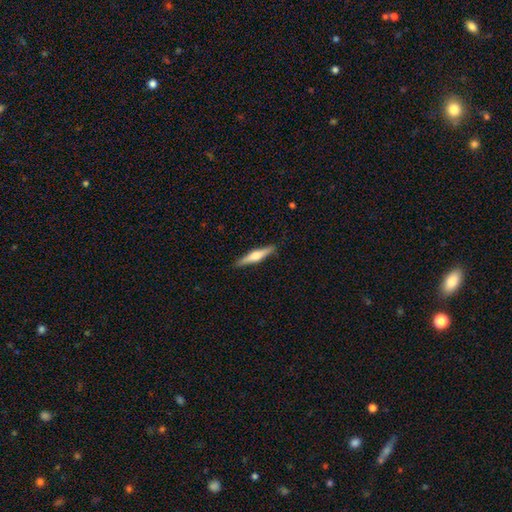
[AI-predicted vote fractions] Smooth or featured: featured or disk — 57% (smooth — 38%)
Edge-on disk: yes — 97% (no — 3%)
Edge-on bulge: rounded — 89% (boxy — 6%)
Merging: none — 90% (minor disturbance — 7%)